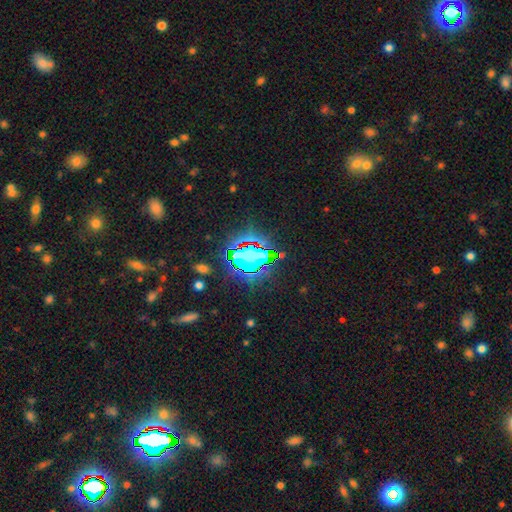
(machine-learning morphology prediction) Smooth or featured?
  - star or artifact: 67% *
  - smooth: 22%
  - featured or disk: 11%